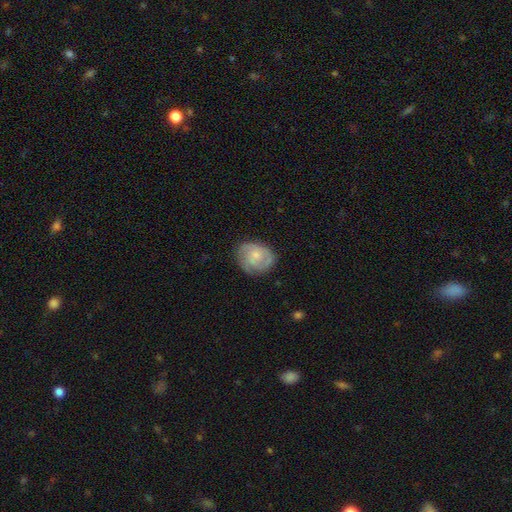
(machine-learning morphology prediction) Overall: featured or disk (60%; smooth 34%). Edge-on disk: no (97%). Bar: no (77%). Spiral arms: yes (86%). Spiral arm count: 2 (32%; can't tell 31%). Spiral winding: tight (56%; medium 35%). Bulge size: small (51%; moderate 38%). Merging: none (74%).